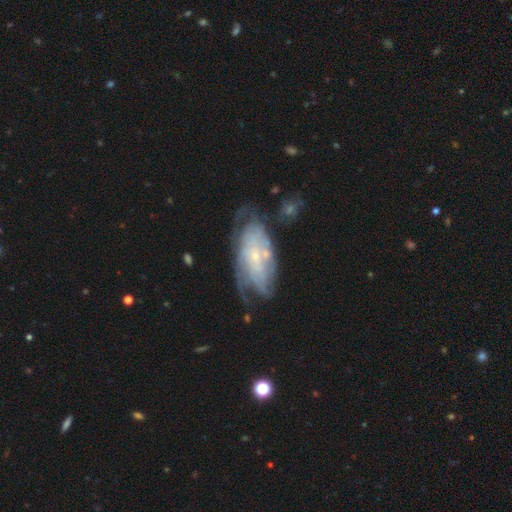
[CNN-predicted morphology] featured or disk 76%, smooth 17%, star or artifact 7%. Down the decision tree: edge-on disk — no (92%); bar — no (72%); spiral arms — yes (84%); spiral arm count — can't tell (58%); spiral winding — tight (65%); bulge size — small (80%); merging — none (55%).